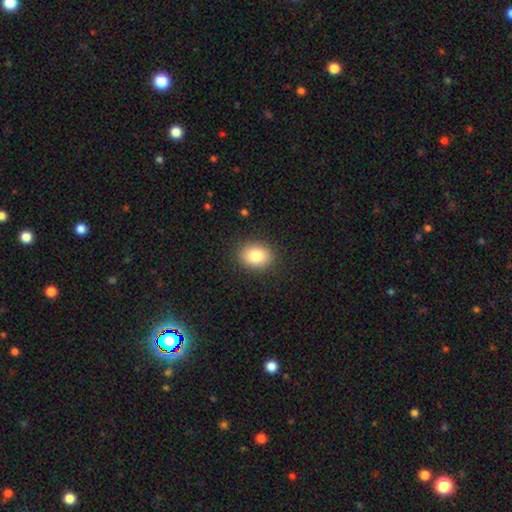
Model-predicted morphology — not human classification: smooth 85%, star or artifact 8%, featured or disk 7%. Down the decision tree: how rounded — in between (62%); merging — none (88%).